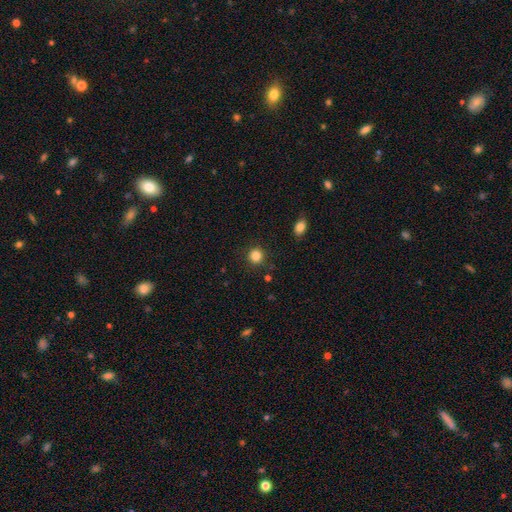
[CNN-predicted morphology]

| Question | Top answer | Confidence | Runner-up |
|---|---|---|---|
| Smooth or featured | smooth | 85% | star or artifact (11%) |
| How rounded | round | 91% | in between (8%) |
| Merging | none | 88% | minor disturbance (7%) |